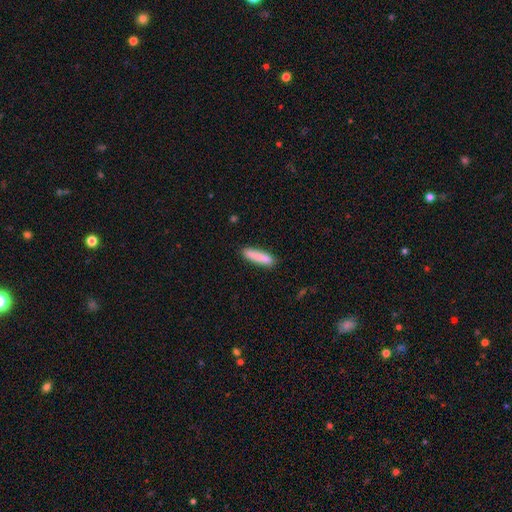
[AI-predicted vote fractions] Smooth or featured: smooth — 86% (featured or disk — 8%)
How rounded: cigar-shaped — 80% (in between — 19%)
Merging: none — 84% (minor disturbance — 11%)